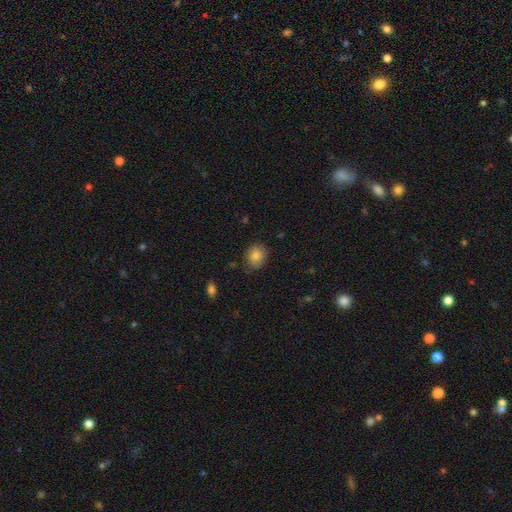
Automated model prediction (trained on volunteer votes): The model was most divided on "how rounded": round: 65%, in between: 34%, cigar-shaped: 1%. More confident: smooth or featured — smooth (82%); merging — none (79%).